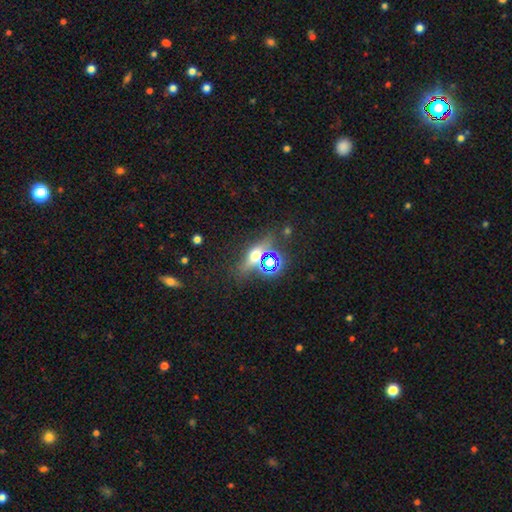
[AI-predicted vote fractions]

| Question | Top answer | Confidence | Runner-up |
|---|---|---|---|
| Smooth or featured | smooth | 40% | star or artifact (36%) |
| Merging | none | 71% | minor disturbance (12%) |